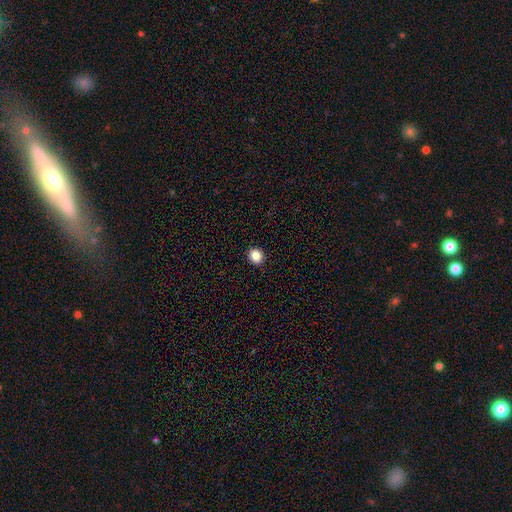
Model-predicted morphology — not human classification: Overall: smooth (86%). How rounded: round (80%). Merging: none (92%).